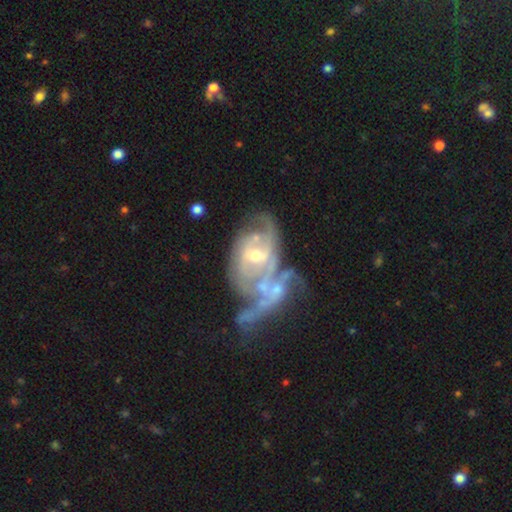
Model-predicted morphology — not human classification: This appears to be a featured or disk galaxy (82%) with no bar (50%), medium (41%) spiral arms (83%) and a small central bulge (49%). Merging: merger (48%).